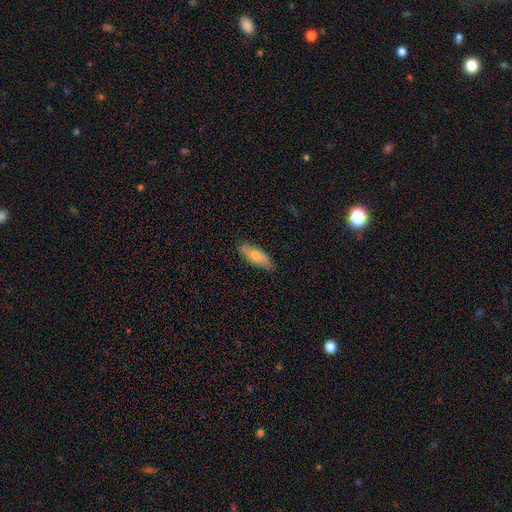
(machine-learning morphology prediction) Smooth or featured? smooth (72%)
How rounded? in between (70%)
Merging? none (79%)